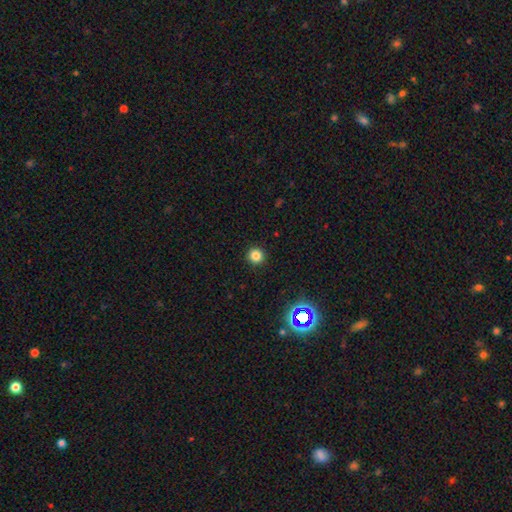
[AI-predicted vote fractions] smooth_or_featured: smooth (p=0.82) [alt: star or artifact p=0.14]
how_rounded: round (p=0.95) [alt: in between p=0.04]
merging: none (p=0.93) [alt: minor disturbance p=0.05]